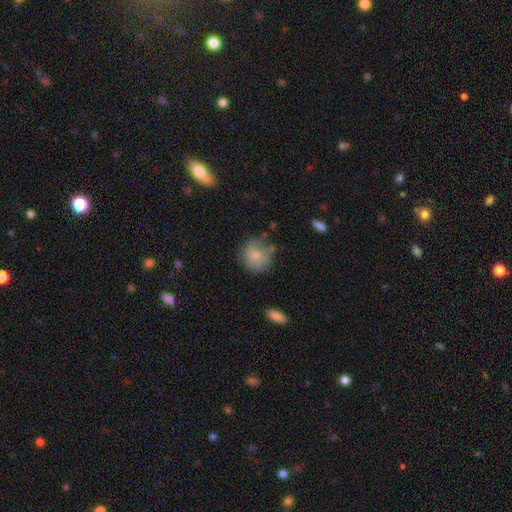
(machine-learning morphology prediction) smooth_or_featured: smooth (p=0.78) [alt: featured or disk p=0.14]
how_rounded: round (p=0.83) [alt: in between p=0.16]
merging: none (p=0.61) [alt: minor disturbance p=0.25]